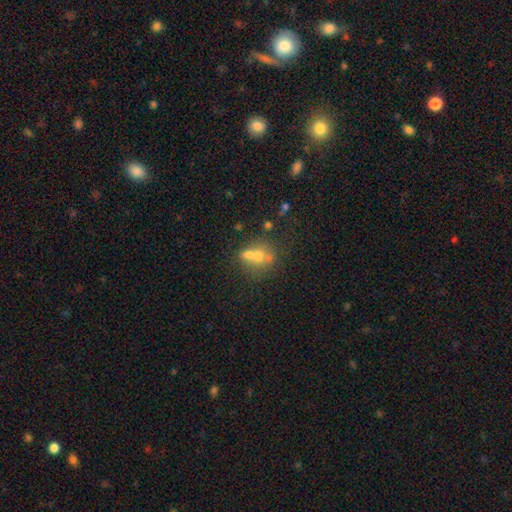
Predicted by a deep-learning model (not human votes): Overall: smooth (55%; featured or disk 29%). How rounded: round (63%; in between 35%). Merging: merger (53%; none 32%).